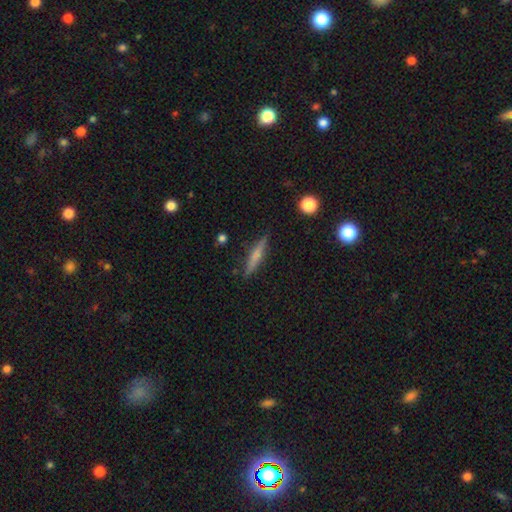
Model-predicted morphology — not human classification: Q: Smooth or featured?
A: smooth (56%); runner-up: featured or disk (37%)
Q: How rounded?
A: cigar-shaped (89%); runner-up: in between (9%)
Q: Merging?
A: none (87%); runner-up: minor disturbance (10%)